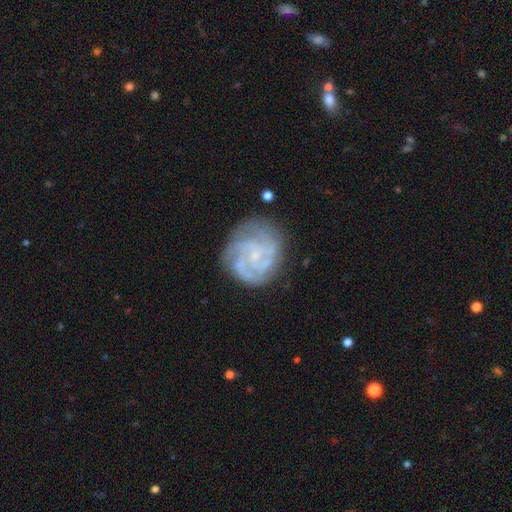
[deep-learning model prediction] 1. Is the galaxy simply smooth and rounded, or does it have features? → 81% featured or disk, 12% smooth, 7% star or artifact.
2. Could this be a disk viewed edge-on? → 98% no, 2% yes.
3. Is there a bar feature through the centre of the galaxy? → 70% no, 26% weak, 4% strong.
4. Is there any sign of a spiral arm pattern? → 94% yes, 6% no.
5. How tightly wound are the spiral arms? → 60% tight, 33% medium, 7% loose.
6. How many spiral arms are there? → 27% 4, 25% can't tell, 25% 3, 10% 2, 7% more than 4, 6% 1.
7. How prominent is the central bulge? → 74% small, 13% none, 11% moderate, 1% large, 1% dominant.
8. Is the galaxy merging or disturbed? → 73% none, 18% minor disturbance, 8% major disturbance, 2% merger.